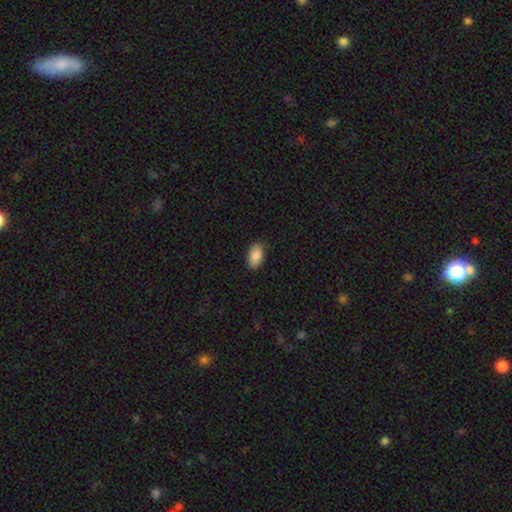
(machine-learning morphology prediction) This is clearly a smooth galaxy (88%). How rounded: clearly in between (94%). Merging: clearly none (87%).